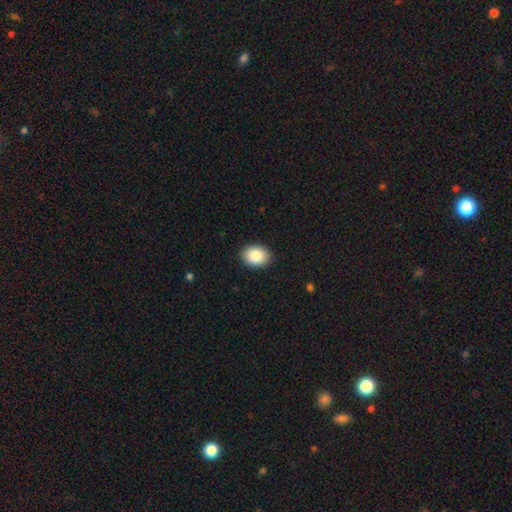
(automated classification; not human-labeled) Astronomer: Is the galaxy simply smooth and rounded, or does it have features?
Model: smooth — 87%.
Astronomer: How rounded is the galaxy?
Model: in between — 68%.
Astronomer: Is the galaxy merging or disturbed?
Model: none — 90%.